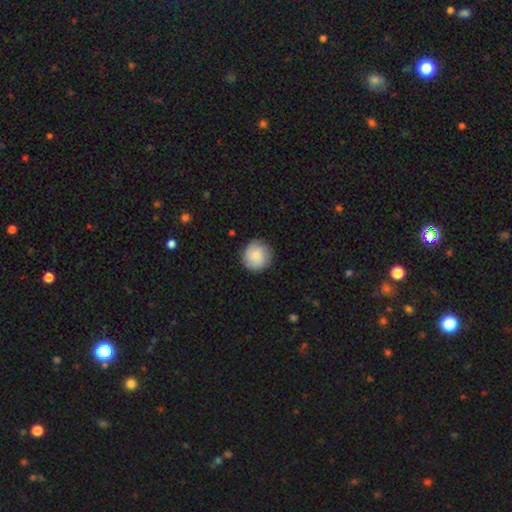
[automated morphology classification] type=smooth (72%); roundness=round (94%); merging=none (85%).